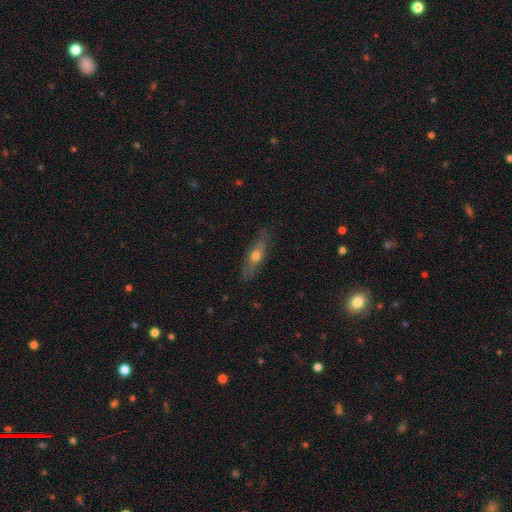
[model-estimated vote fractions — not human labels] A featured or disk galaxy (53%) viewed edge-on (57%). Merging: none (82%).